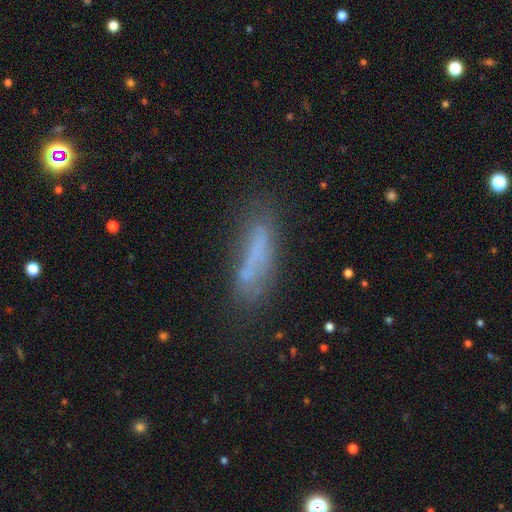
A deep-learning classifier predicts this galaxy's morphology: smooth-or-featured: smooth: 57% | featured or disk: 29% | star or artifact: 14%
  how-rounded: cigar-shaped: 73% | in between: 25% | round: 2%
  merging: none: 61% | minor disturbance: 21% | major disturbance: 11% | merger: 7%